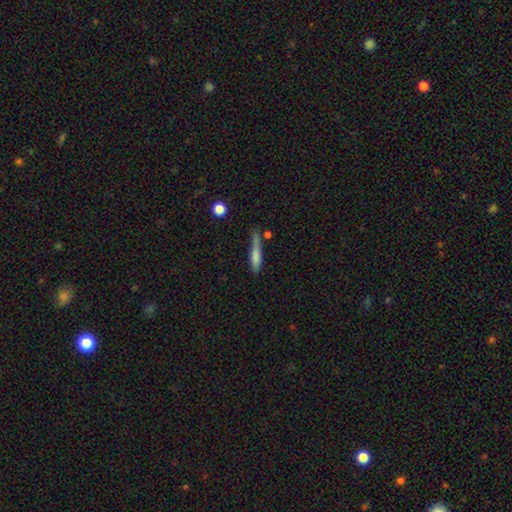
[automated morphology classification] smooth_or_featured: smooth (p=0.71) [alt: featured or disk p=0.21]
how_rounded: cigar-shaped (p=0.85) [alt: in between p=0.13]
merging: none (p=0.54) [alt: minor disturbance p=0.27]